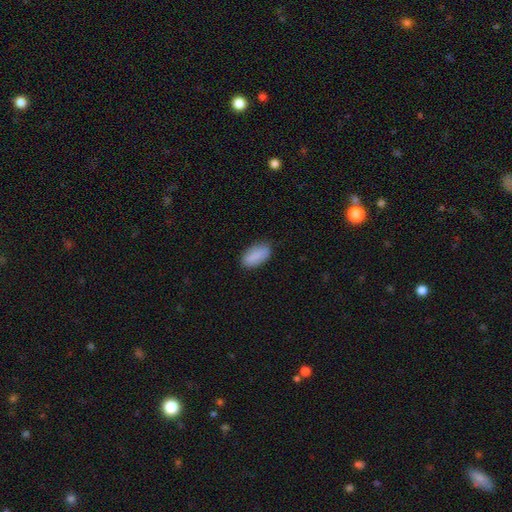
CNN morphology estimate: This appears to be a smooth galaxy with no disk features (88%) that is in between round and cigar-shaped (92%). Merging: none (80%).